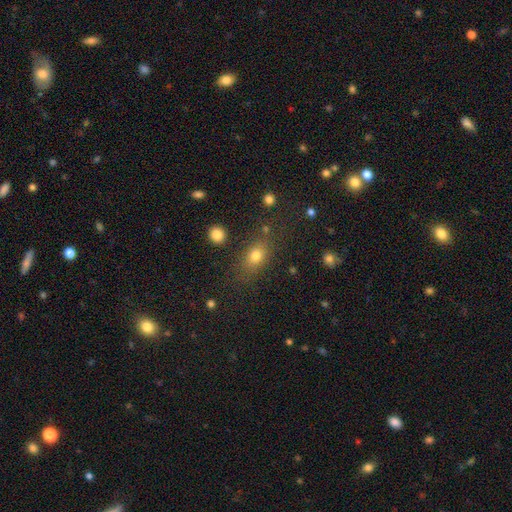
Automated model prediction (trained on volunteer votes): Smooth or featured: smooth — 76% (star or artifact — 14%)
How rounded: in between — 68% (round — 26%)
Merging: none — 74% (minor disturbance — 15%)